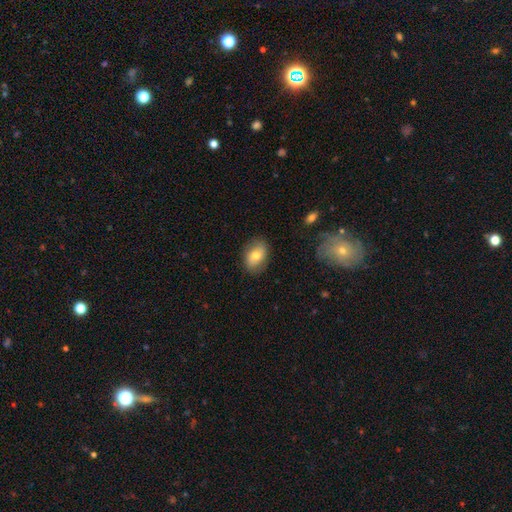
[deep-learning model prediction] smooth_or_featured: smooth (p=0.69) [alt: featured or disk p=0.24]
how_rounded: in between (p=0.81) [alt: round p=0.18]
merging: none (p=0.81) [alt: minor disturbance p=0.14]